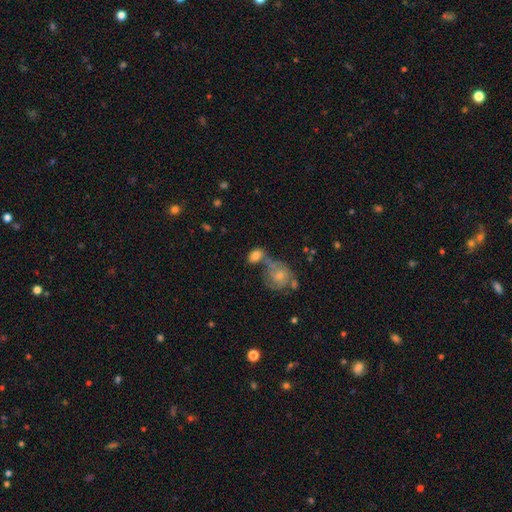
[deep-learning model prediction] This appears to be a smooth galaxy with no disk features (74%) that is in between round and cigar-shaped (75%). Merging: merger (41%).